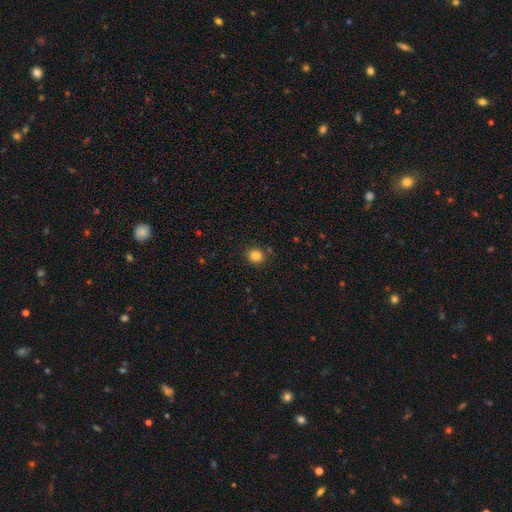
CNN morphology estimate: Smooth or featured? Predicted: smooth (p=0.83). How rounded? Predicted: round (p=0.77). Merging? Predicted: none (p=0.86).